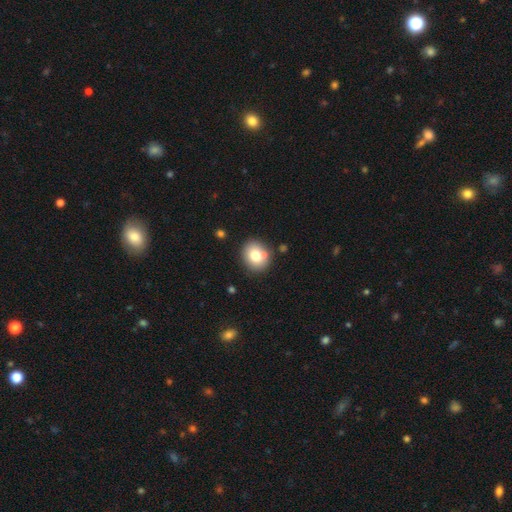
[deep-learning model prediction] The model was most divided on "how rounded": round: 74%, in between: 26%, cigar-shaped: 1%. More confident: merging — none (75%); smooth or featured — smooth (75%).